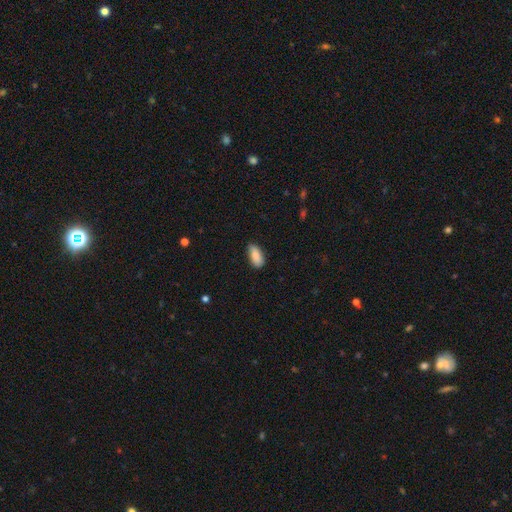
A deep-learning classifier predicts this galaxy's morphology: Smooth or featured? smooth (87%)
How rounded? in between (89%)
Merging? none (79%)